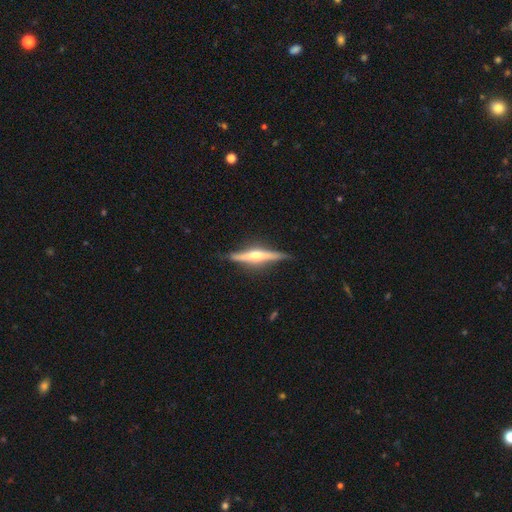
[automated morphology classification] This is likely a featured or disk galaxy (70%). It is clearly viewed edge-on (96%). Edge-on bulge: clearly rounded (81%). Merging: clearly none (80%).